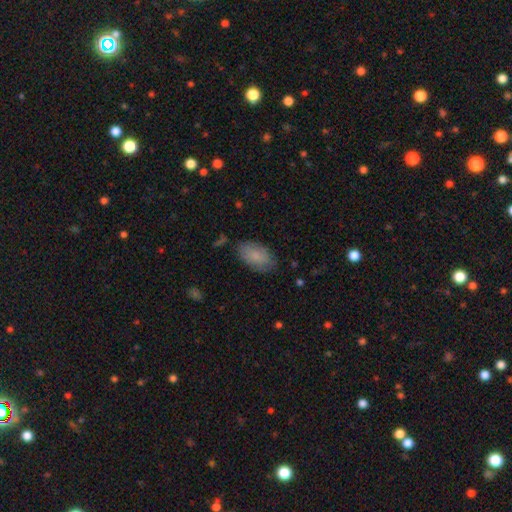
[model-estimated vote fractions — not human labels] Smooth or featured? Predicted: smooth (p=0.81). How rounded? Predicted: in between (p=0.94). Merging? Predicted: none (p=0.76).